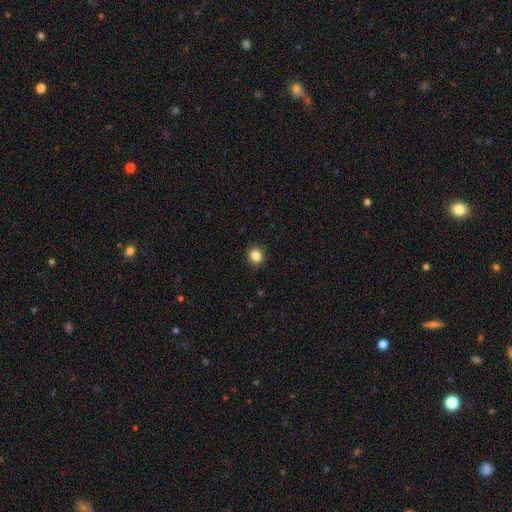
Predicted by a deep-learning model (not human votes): Smooth or featured?
  - smooth: 84% *
  - star or artifact: 11%
  - featured or disk: 5%
How rounded?
  - round: 89% *
  - in between: 10%
  - cigar-shaped: 1%
Merging?
  - none: 92% *
  - minor disturbance: 5%
  - major disturbance: 2%
  - merger: 1%